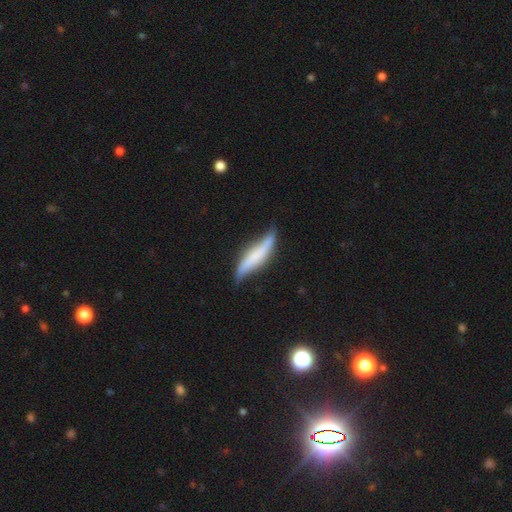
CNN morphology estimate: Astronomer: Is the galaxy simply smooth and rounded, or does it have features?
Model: smooth — 48% (runner-up: featured or disk, 45%).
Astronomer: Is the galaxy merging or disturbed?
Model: none — 58%.